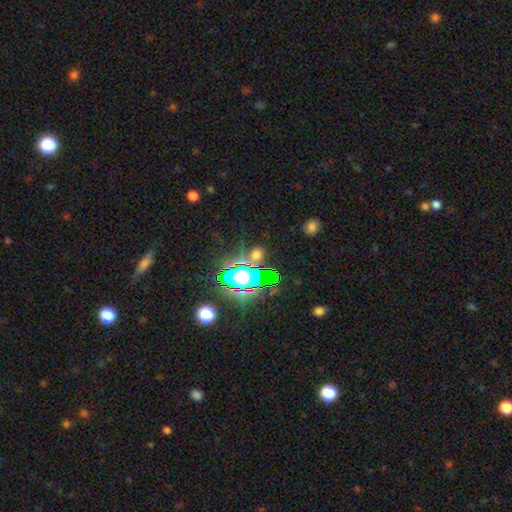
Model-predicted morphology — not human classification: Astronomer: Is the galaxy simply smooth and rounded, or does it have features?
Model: star or artifact — 52% (runner-up: smooth, 35%).